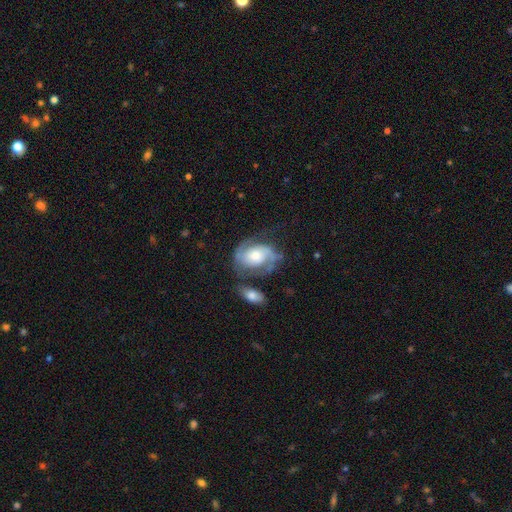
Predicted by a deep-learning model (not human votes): Smooth or featured: featured or disk — 76% (smooth — 18%)
Edge-on disk: no — 97% (yes — 3%)
Bar: no — 65% (weak — 27%)
Spiral arms: yes — 91% (no — 9%)
Spiral winding: medium — 47% (tight — 32%)
Spiral arm count: 2 — 80% (can't tell — 9%)
Bulge size: moderate — 51% (small — 24%)
Merging: none — 44% (minor disturbance — 22%)